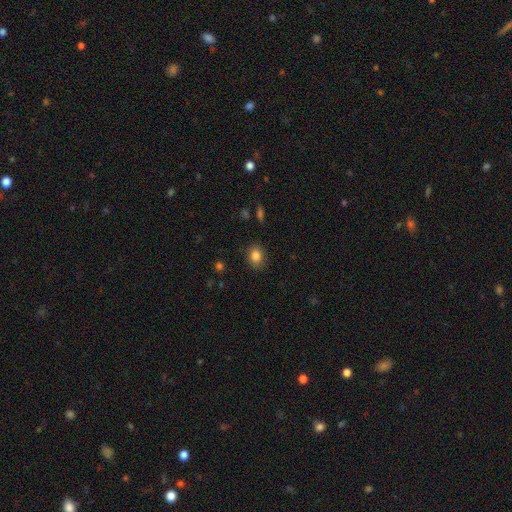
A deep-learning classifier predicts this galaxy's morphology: A smooth galaxy with no disk features (84%) that is in between round and cigar-shaped (53%). Merging: none (86%).